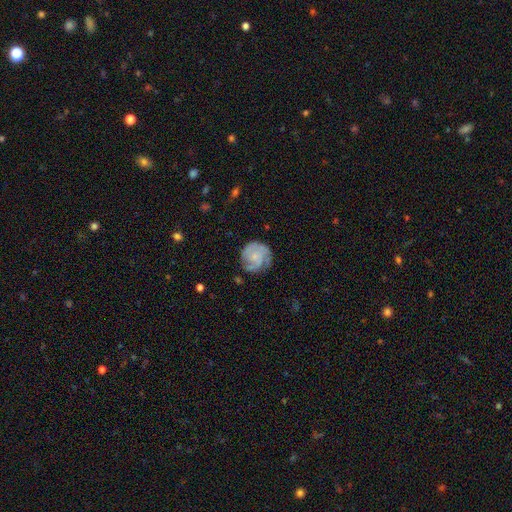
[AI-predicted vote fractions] Smooth or featured: featured or disk — 70% (smooth — 24%)
Edge-on disk: no — 98% (yes — 2%)
Bar: no — 76% (weak — 21%)
Spiral arms: yes — 91% (no — 9%)
Spiral winding: tight — 54% (medium — 34%)
Spiral arm count: 3 — 35% (can't tell — 26%)
Bulge size: small — 63% (moderate — 17%)
Merging: none — 68% (minor disturbance — 21%)